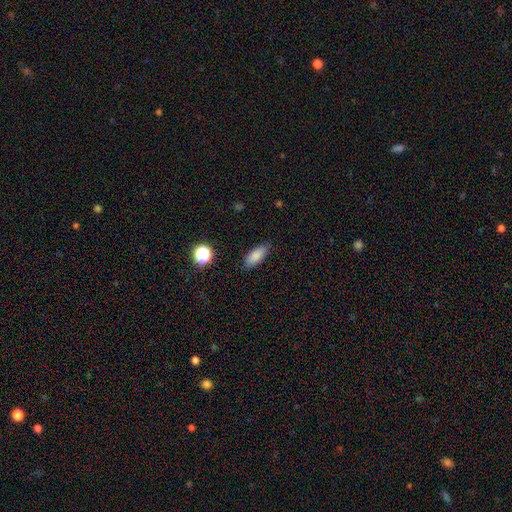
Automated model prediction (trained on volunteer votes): Q: Smooth or featured?
A: smooth (84%); runner-up: star or artifact (9%)
Q: How rounded?
A: in between (77%); runner-up: cigar-shaped (19%)
Q: Merging?
A: none (85%); runner-up: minor disturbance (11%)